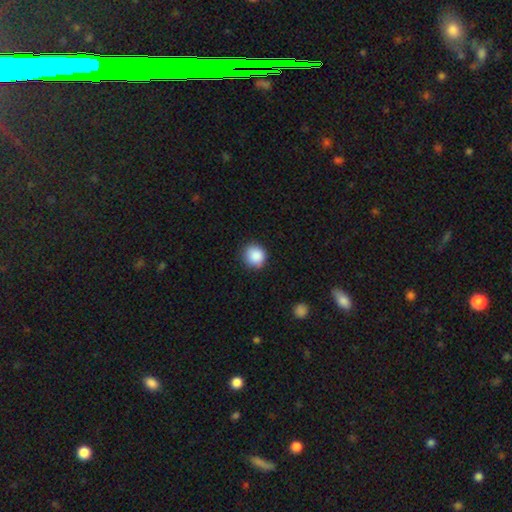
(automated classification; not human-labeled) Smooth or featured: smooth — 89% (star or artifact — 8%)
How rounded: round — 86% (in between — 13%)
Merging: none — 87% (minor disturbance — 9%)